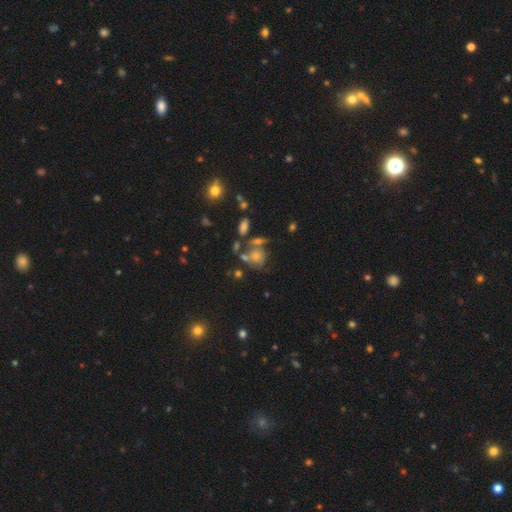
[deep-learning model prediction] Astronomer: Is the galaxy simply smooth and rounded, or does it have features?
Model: smooth — 47% (runner-up: star or artifact, 28%).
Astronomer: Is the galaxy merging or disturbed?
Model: none — 50%.